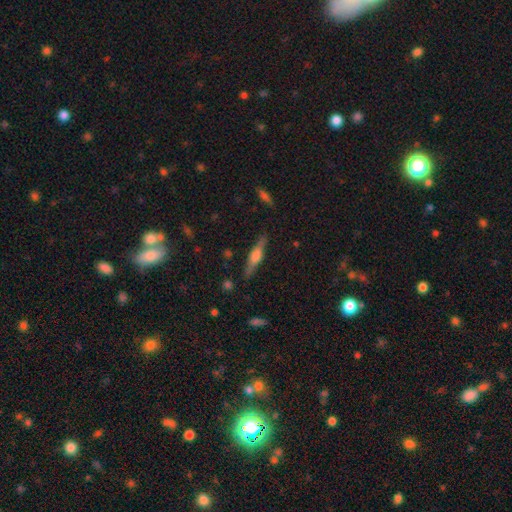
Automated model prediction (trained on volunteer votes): A featured or disk galaxy (63%) viewed edge-on (96%) with a rounded central bulge (74%). Merging: none (86%).